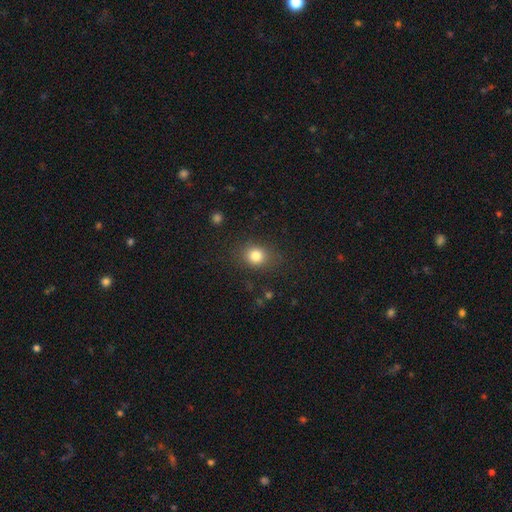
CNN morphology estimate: Smooth or featured?
  - smooth: 82% *
  - star or artifact: 11%
  - featured or disk: 7%
How rounded?
  - round: 71% *
  - in between: 28%
  - cigar-shaped: 1%
Merging?
  - none: 82% *
  - minor disturbance: 11%
  - major disturbance: 5%
  - merger: 1%